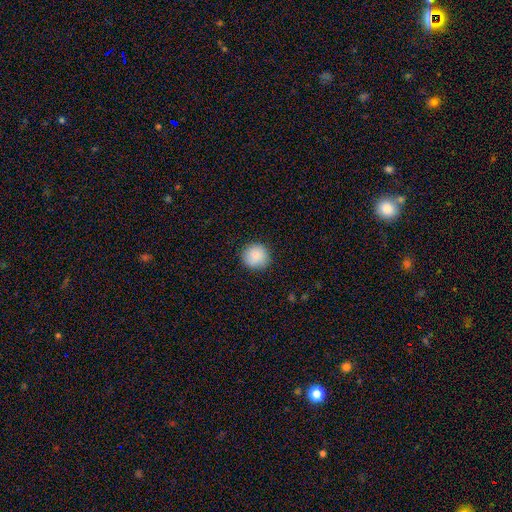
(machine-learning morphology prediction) type=smooth (87%); roundness=round (94%); merging=none (90%).